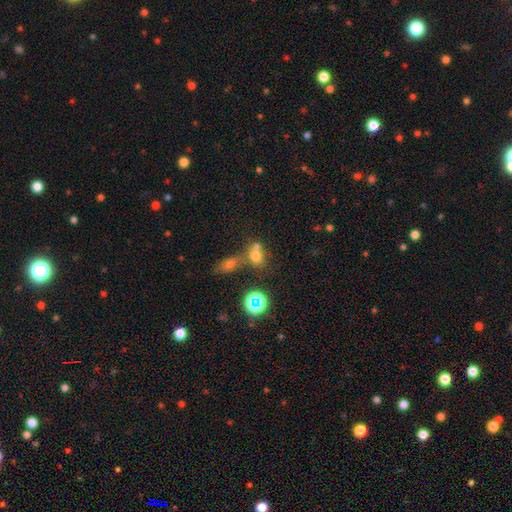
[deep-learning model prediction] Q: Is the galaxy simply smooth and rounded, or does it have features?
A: smooth — 67%.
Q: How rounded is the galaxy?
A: round — 65%.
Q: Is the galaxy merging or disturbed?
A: merger — 43%, tied with none.